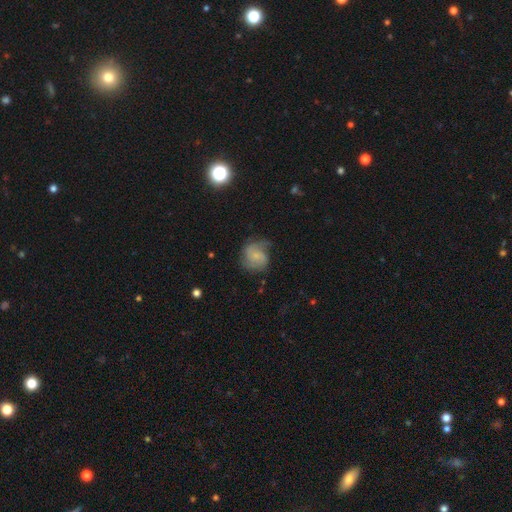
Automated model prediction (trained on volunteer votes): This appears to be a featured or disk galaxy (64%) with no bar (65%), 2 (47%) medium (46%) spiral arms (93%) and a small central bulge (61%). Merging: none (64%).